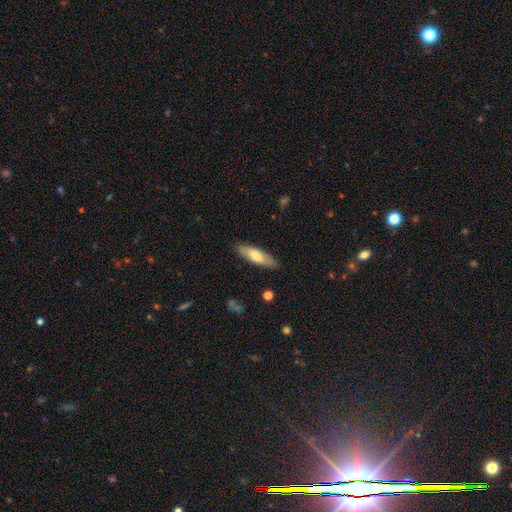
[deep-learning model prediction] Smooth or featured?
  - smooth: 67% *
  - featured or disk: 27%
  - star or artifact: 6%
How rounded?
  - cigar-shaped: 57% *
  - in between: 42%
  - round: 2%
Merging?
  - none: 85% *
  - minor disturbance: 11%
  - major disturbance: 2%
  - merger: 1%